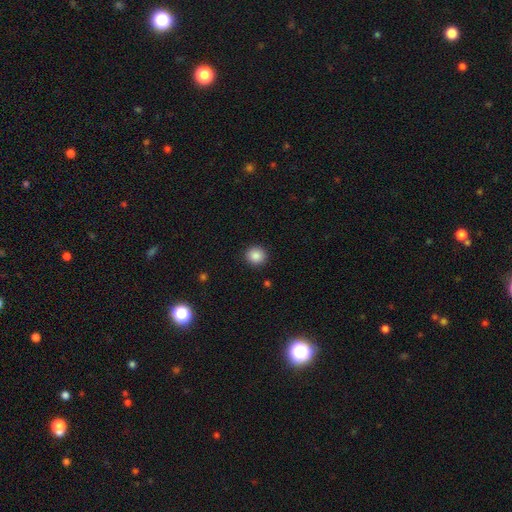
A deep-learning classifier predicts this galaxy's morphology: A smooth galaxy with no disk features (88%) that is round (90%). Merging: none (91%).